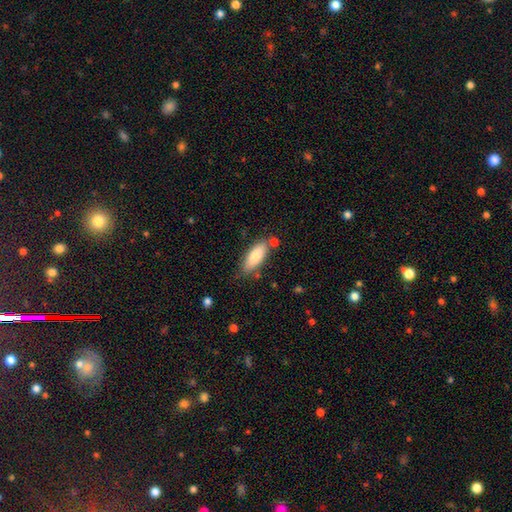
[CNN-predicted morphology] smooth 82%, featured or disk 12%, star or artifact 6%. Down the decision tree: how rounded — in between (70%); merging — none (74%).